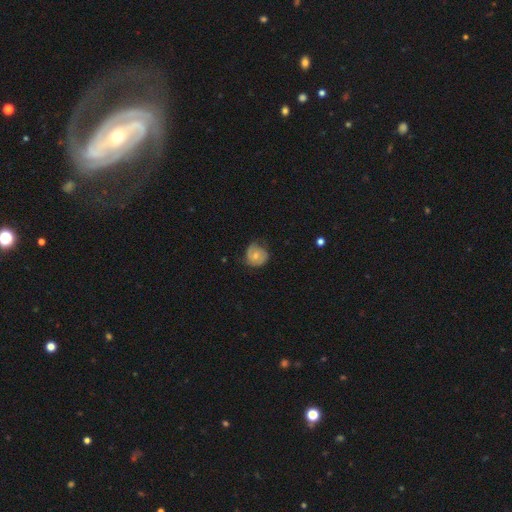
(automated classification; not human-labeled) Overall: featured or disk (51%; smooth 42%). Edge-on disk: no (97%). Merging: none (63%; minor disturbance 27%).